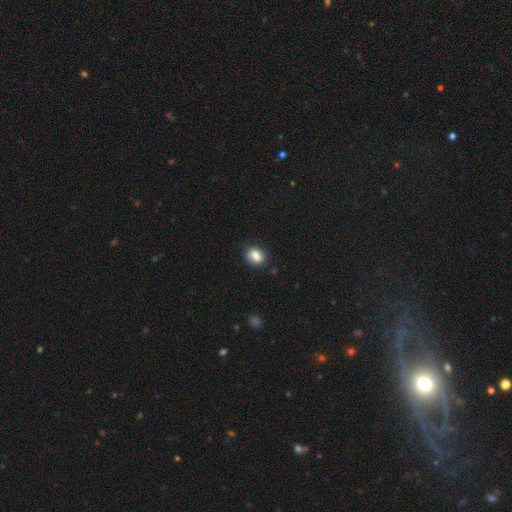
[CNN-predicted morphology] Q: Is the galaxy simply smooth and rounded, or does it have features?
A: smooth — 79%.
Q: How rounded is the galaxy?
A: in between — 65%.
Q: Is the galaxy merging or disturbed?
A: none — 80%.